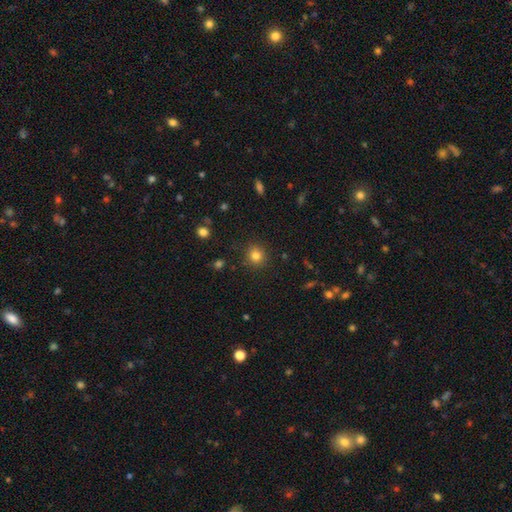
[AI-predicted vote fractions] This is clearly a smooth galaxy (81%). How rounded: clearly round (90%). Merging: clearly none (88%).